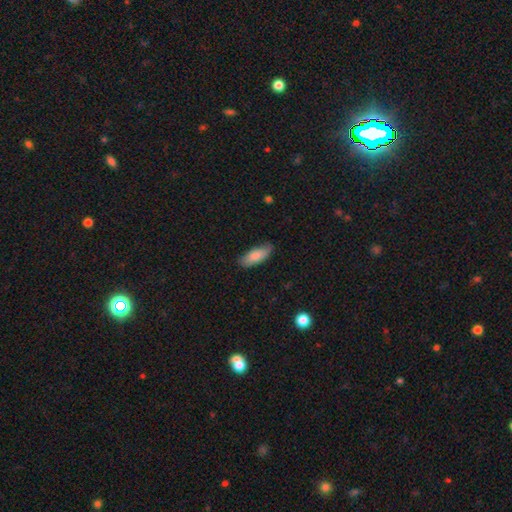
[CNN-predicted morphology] The model was most divided on "how rounded": in between: 70%, cigar-shaped: 28%, round: 2%. More confident: smooth or featured — smooth (84%); merging — none (80%).